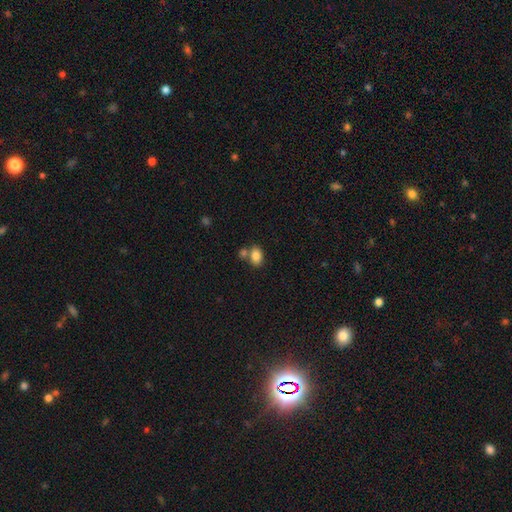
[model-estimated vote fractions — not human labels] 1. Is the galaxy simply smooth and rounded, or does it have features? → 84% smooth, 9% star or artifact, 7% featured or disk.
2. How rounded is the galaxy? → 82% in between, 17% round, 1% cigar-shaped.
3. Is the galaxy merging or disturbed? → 53% none, 32% merger, 11% minor disturbance, 4% major disturbance.